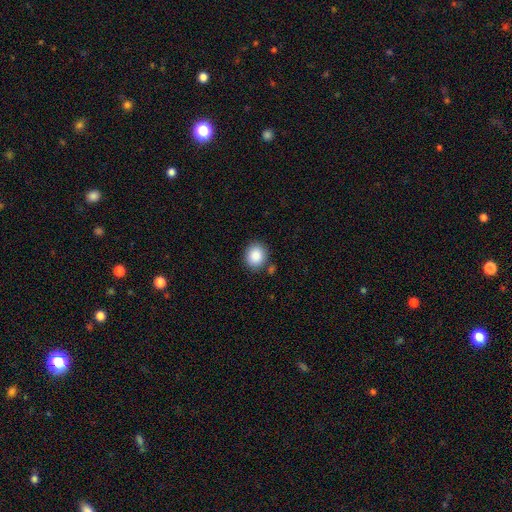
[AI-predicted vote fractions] Overall: smooth (87%). How rounded: round (69%; in between 30%). Merging: none (82%).